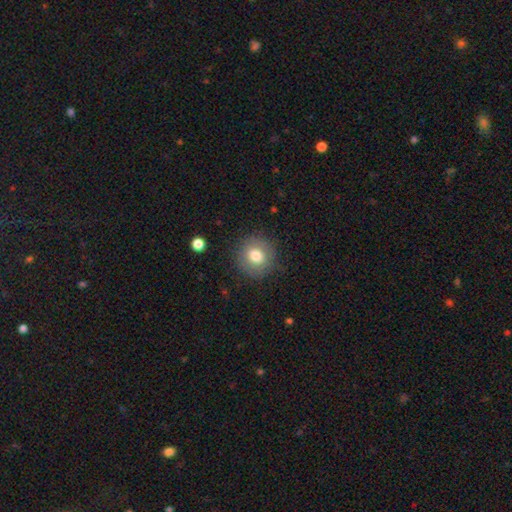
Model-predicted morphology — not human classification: Overall: smooth (78%). How rounded: round (90%). Merging: none (86%).